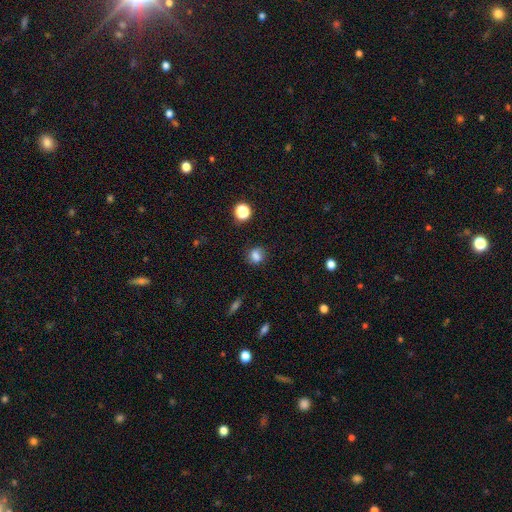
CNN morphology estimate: This is likely a smooth galaxy (80%). How rounded: likely round (68%). Merging: likely none (73%).